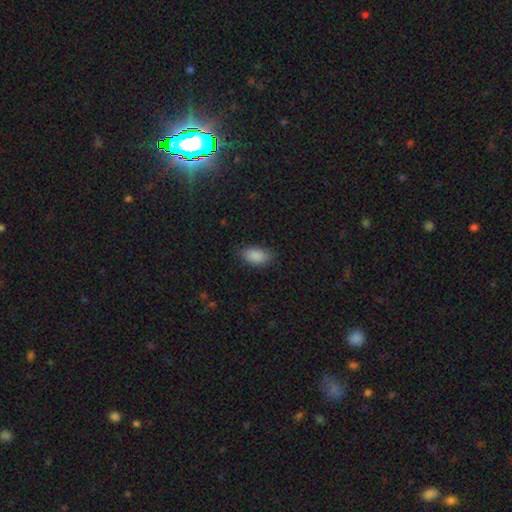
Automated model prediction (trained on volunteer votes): Smooth or featured? Predicted: smooth (p=0.89). How rounded? Predicted: in between (p=0.92). Merging? Predicted: none (p=0.82).